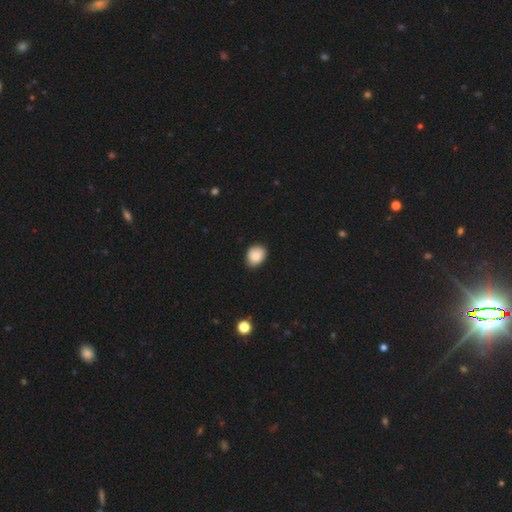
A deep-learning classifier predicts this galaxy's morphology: Smooth or featured: smooth — 86% (star or artifact — 8%)
How rounded: in between — 53% (round — 46%)
Merging: none — 83% (minor disturbance — 14%)